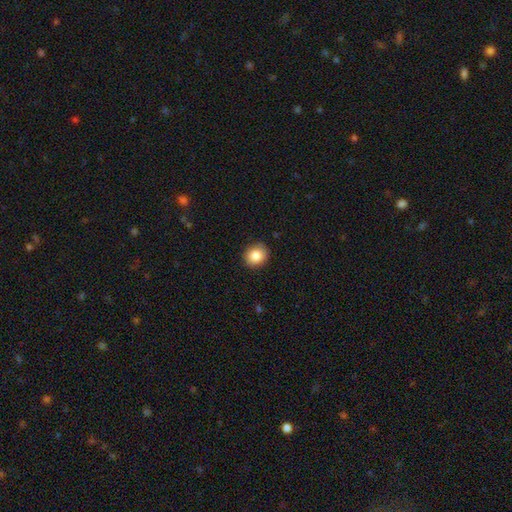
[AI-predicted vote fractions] Smooth or featured? Predicted: smooth (p=0.86). How rounded? Predicted: round (p=0.71). Merging? Predicted: none (p=0.89).